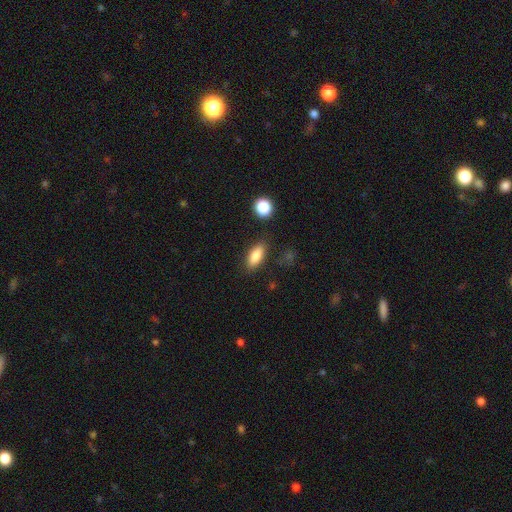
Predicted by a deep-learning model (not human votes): Overall: smooth (82%). How rounded: in between (79%). Merging: none (83%).